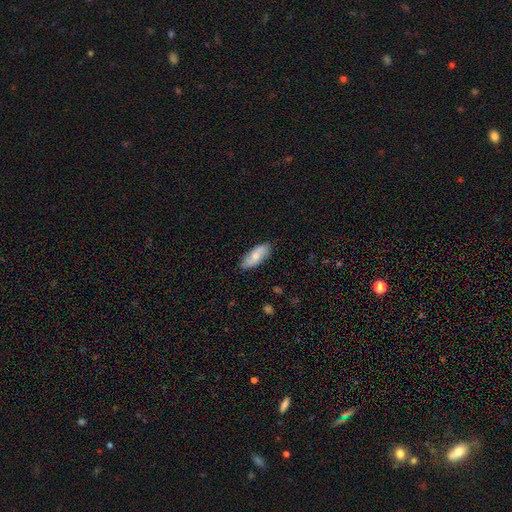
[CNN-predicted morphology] This is likely a smooth galaxy (62%). How rounded: likely in between (78%). Merging: clearly none (83%).